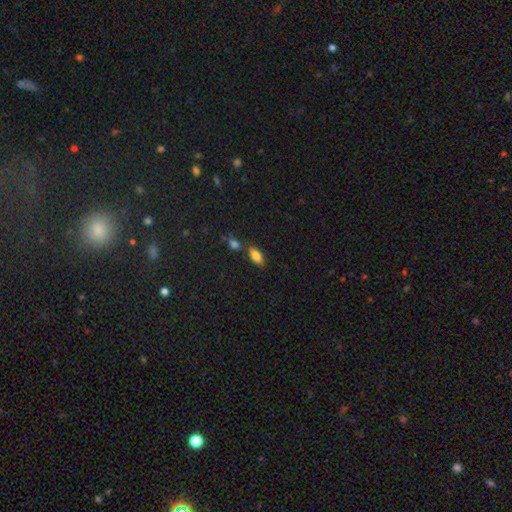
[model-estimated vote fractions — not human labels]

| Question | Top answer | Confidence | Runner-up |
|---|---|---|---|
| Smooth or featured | smooth | 78% | featured or disk (12%) |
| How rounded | in between | 84% | cigar-shaped (13%) |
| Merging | none | 69% | merger (16%) |